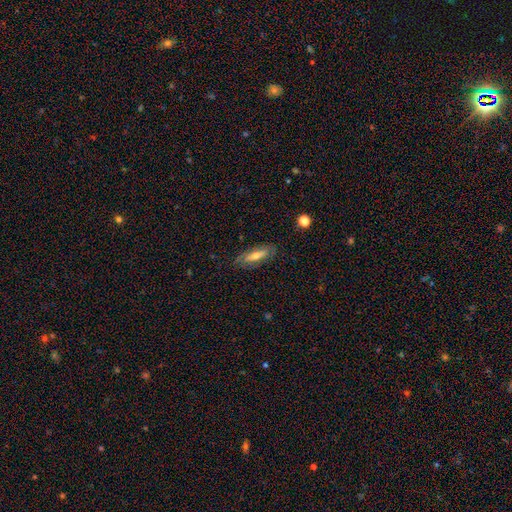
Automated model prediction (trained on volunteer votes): Morphology: type=featured or disk (48%); merging=none (81%).